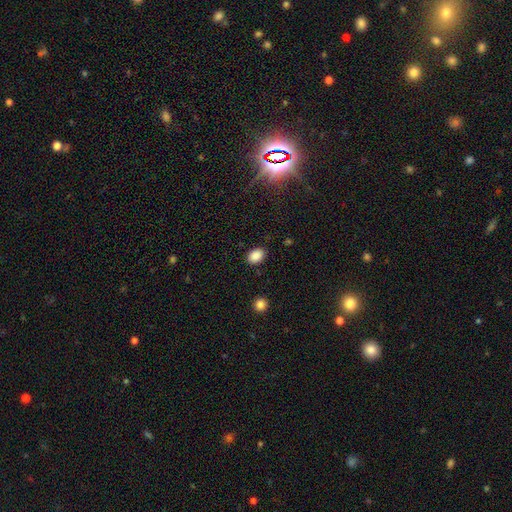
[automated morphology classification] A smooth galaxy with no disk features (88%) that is in between round and cigar-shaped (79%). Merging: none (86%).